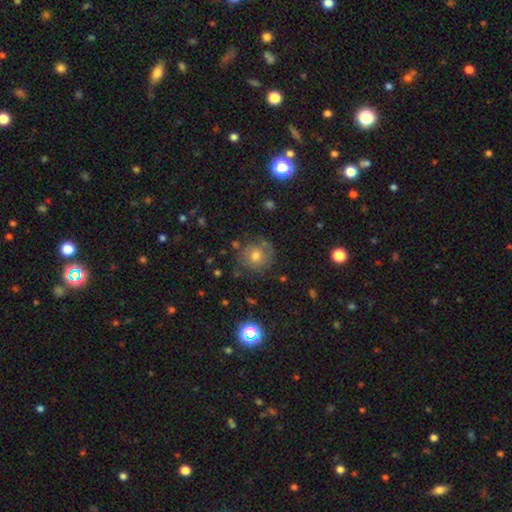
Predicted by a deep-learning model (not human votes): smooth 57%, featured or disk 25%, star or artifact 18%. Down the decision tree: how rounded — round (86%); merging — none (76%).